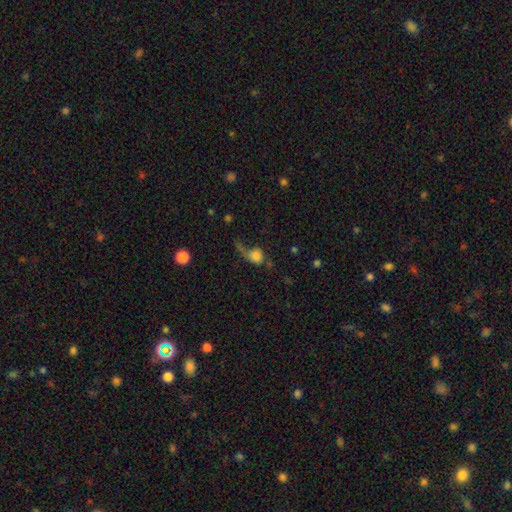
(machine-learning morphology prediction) Smooth or featured: smooth — 61% (featured or disk — 28%)
How rounded: round — 64% (in between — 33%)
Merging: major disturbance — 50% (none — 24%)